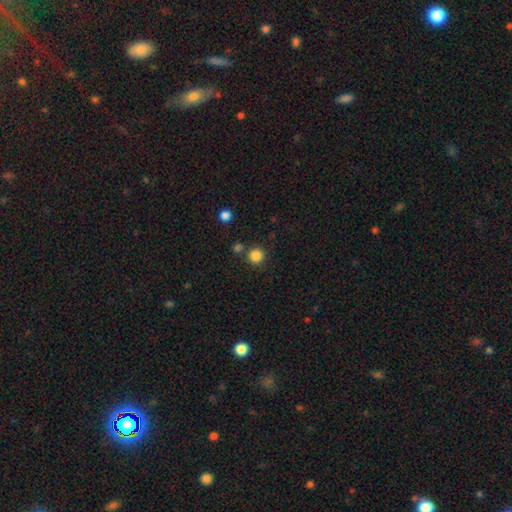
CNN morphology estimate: This is clearly a smooth galaxy (85%). How rounded: clearly round (95%). Merging: clearly none (82%).